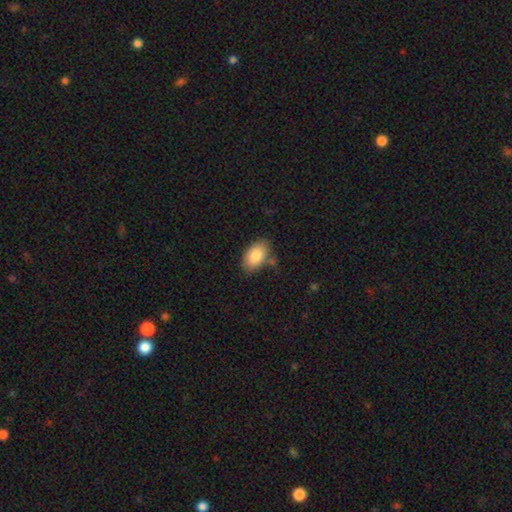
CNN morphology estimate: Q: Smooth or featured?
A: smooth (83%); runner-up: featured or disk (10%)
Q: How rounded?
A: in between (92%); runner-up: round (6%)
Q: Merging?
A: none (73%); runner-up: minor disturbance (18%)